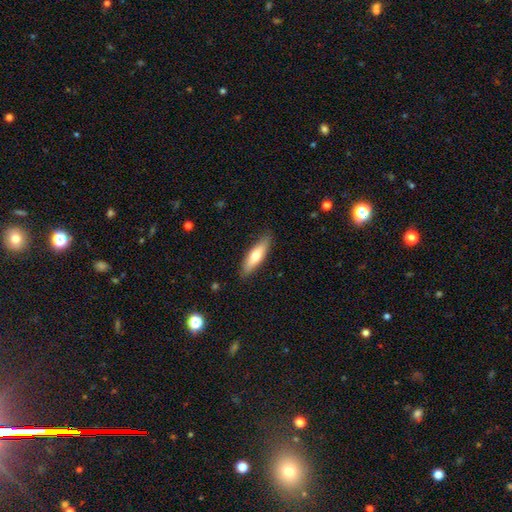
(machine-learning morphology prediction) This is likely a smooth galaxy (67%). How rounded: likely cigar-shaped (63%). Merging: clearly none (86%).